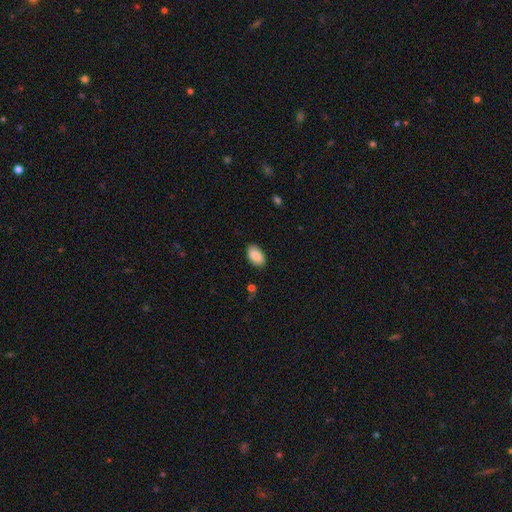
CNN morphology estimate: type=smooth (89%); roundness=in between (94%); merging=none (86%).